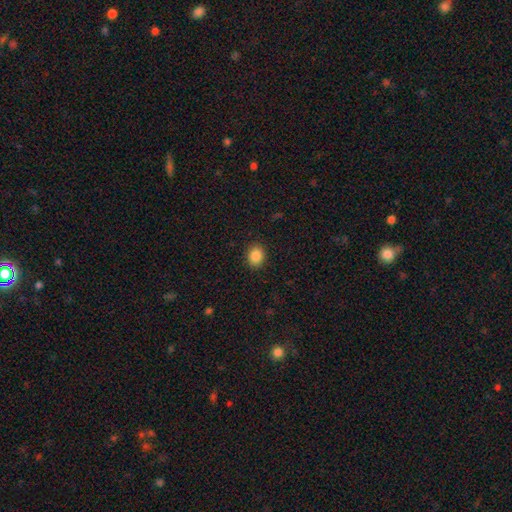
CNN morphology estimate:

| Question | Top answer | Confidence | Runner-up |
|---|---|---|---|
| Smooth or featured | smooth | 87% | star or artifact (9%) |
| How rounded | round | 53% | in between (46%) |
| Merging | none | 90% | minor disturbance (7%) |